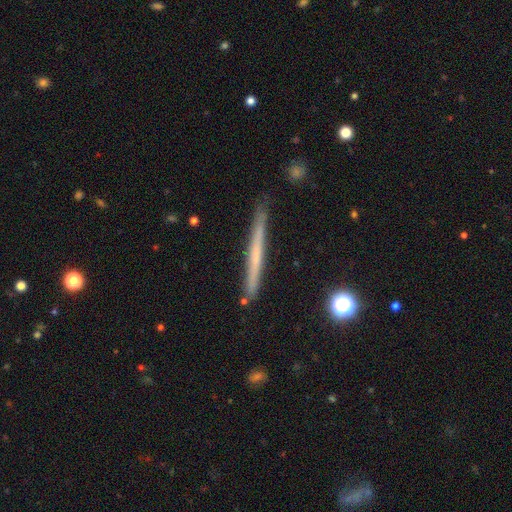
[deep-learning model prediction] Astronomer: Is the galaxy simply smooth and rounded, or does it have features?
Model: featured or disk — 51% (runner-up: smooth, 42%).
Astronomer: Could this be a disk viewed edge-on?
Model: yes — 97%.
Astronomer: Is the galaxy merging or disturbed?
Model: none — 86%.